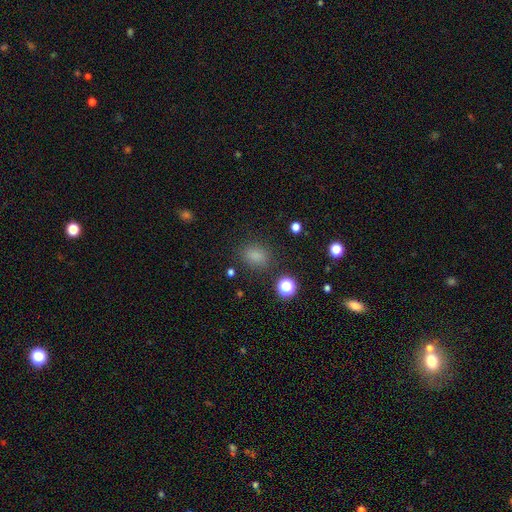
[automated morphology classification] A smooth galaxy with no disk features (80%) that is in between round and cigar-shaped (61%). Merging: none (82%).